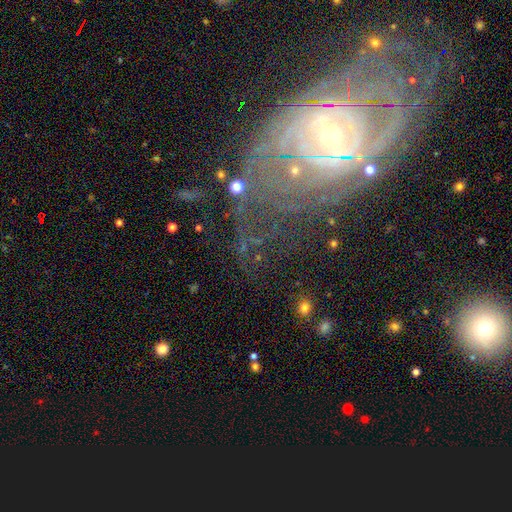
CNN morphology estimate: smooth-or-featured: featured or disk: 78% | star or artifact: 13% | smooth: 9%
  disk-edge-on: no: 95% | yes: 5%
    bar: no: 59% | weak: 26% | strong: 15%
    has-spiral-arms: yes: 89% | no: 11%
      spiral-winding: tight: 72% | medium: 21% | loose: 7%
      spiral-arm-count: can't tell: 41% | 2: 18% | 3: 13% | 4: 11% | more than 4: 10% | 1: 8%
    bulge-size: small: 70% | moderate: 25% | large: 2% | none: 2% | dominant: 1%
  merging: none: 59% | minor disturbance: 19% | major disturbance: 18% | merger: 4%